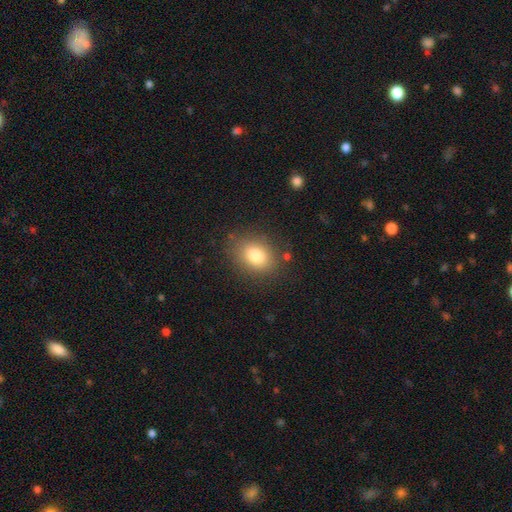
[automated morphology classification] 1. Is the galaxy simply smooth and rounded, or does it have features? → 81% smooth, 10% star or artifact, 9% featured or disk.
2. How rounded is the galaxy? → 64% in between, 34% round, 1% cigar-shaped.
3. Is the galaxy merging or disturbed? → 83% none, 11% minor disturbance, 4% major disturbance, 2% merger.